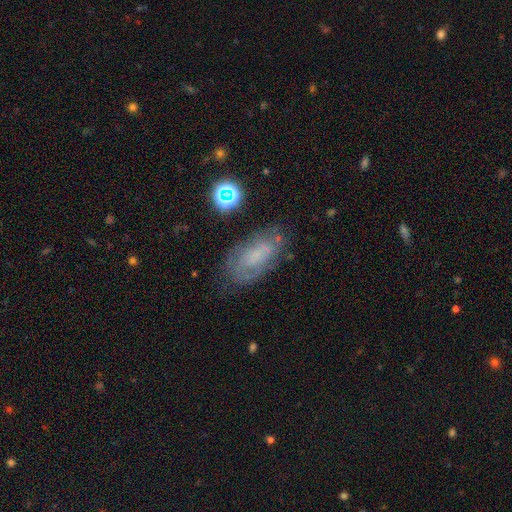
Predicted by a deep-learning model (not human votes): Q: Smooth or featured?
A: featured or disk (48%); runner-up: smooth (40%)
Q: Merging?
A: none (64%); runner-up: minor disturbance (23%)